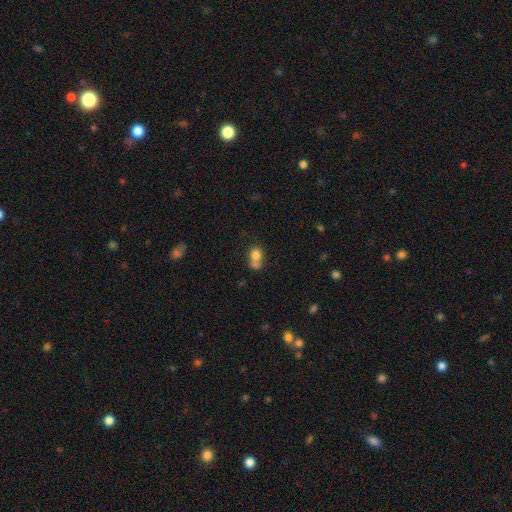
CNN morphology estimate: smooth 76%, featured or disk 14%, star or artifact 11%. Down the decision tree: how rounded — round (58%); merging — merger (51%).